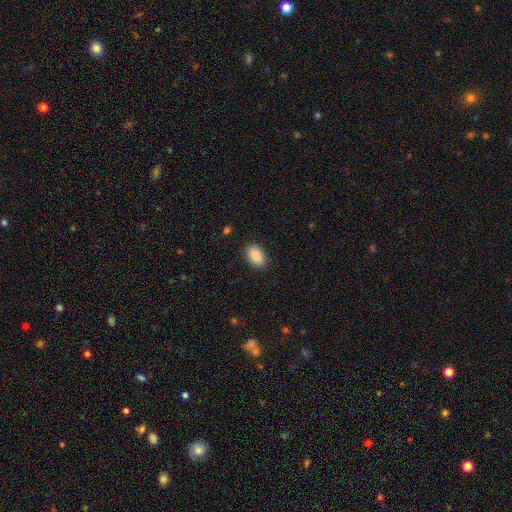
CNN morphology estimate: type=smooth (89%); roundness=in between (91%); merging=none (88%).